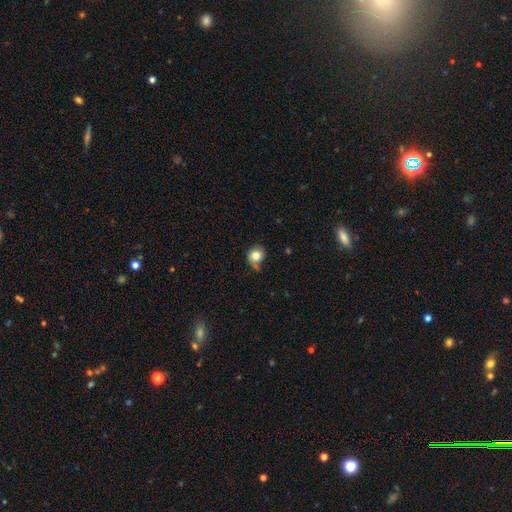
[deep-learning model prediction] smooth 78%, featured or disk 13%, star or artifact 9%. Down the decision tree: how rounded — round (81%); merging — none (52%).